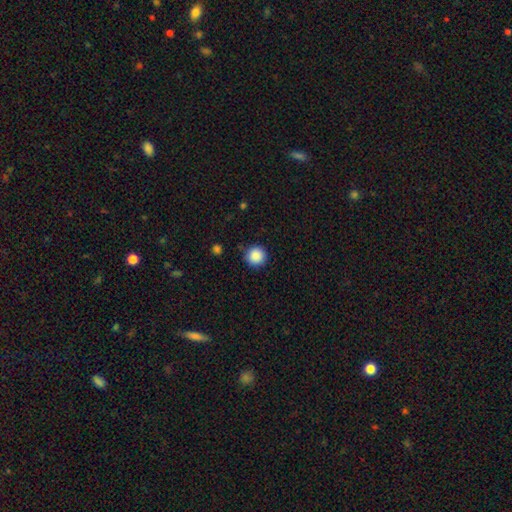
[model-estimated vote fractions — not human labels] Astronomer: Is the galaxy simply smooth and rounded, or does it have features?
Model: smooth — 88%.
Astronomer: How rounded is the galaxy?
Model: round — 95%.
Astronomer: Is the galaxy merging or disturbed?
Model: none — 89%.